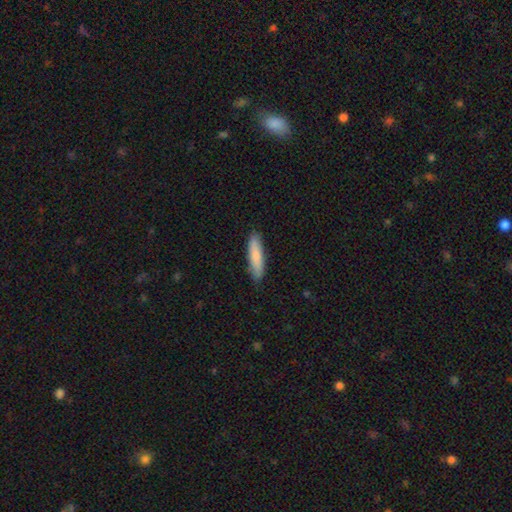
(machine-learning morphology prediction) smooth 82%, featured or disk 13%, star or artifact 5%. Down the decision tree: how rounded — cigar-shaped (76%); merging — none (86%).